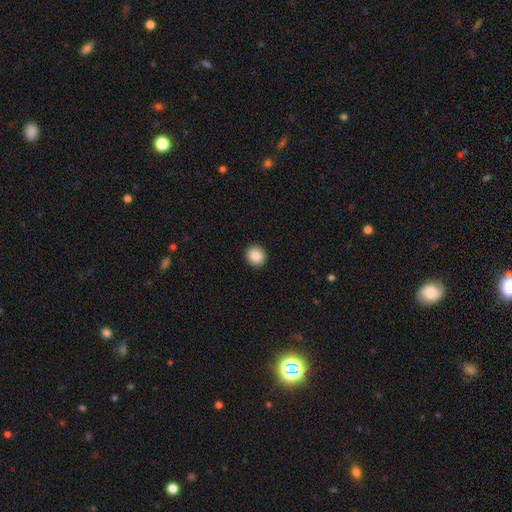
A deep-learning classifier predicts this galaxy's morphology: This appears to be a smooth galaxy with no disk features (88%) that is round (86%). Merging: none (93%).